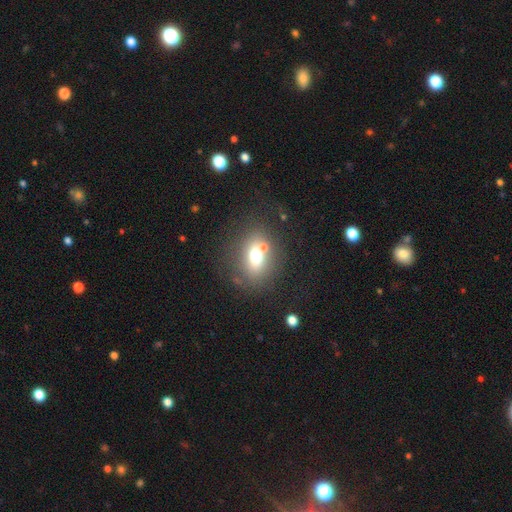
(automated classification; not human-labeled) This appears to be a smooth galaxy with no disk features (64%) that is in between round and cigar-shaped (51%). Merging: none (61%).